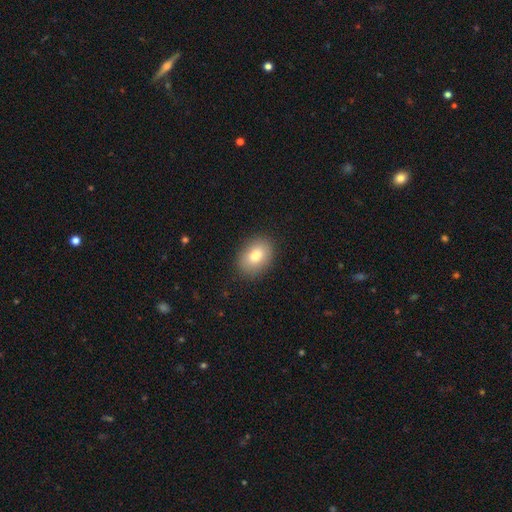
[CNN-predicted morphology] Smooth or featured? smooth (80%)
How rounded? in between (72%)
Merging? none (88%)